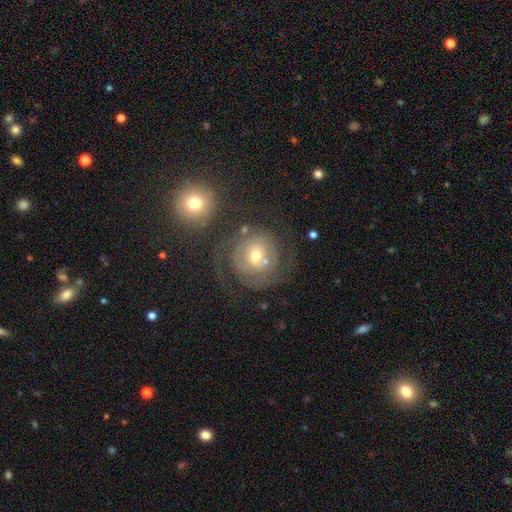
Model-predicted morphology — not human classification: type=featured or disk (60%); edge-on=no (97%); bar=no (73%); spiral arms=yes (70%); bulge=moderate (55%); merging=none (54%).